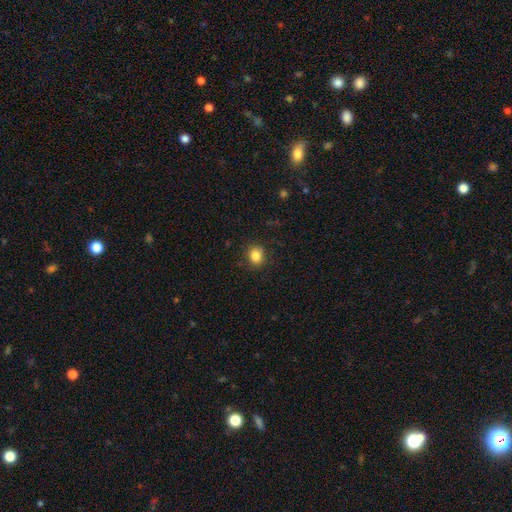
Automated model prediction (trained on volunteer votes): A smooth galaxy with no disk features (84%) that is round (66%).

Vote fractions:
- Smooth or featured? smooth: 84% / star or artifact: 11% / featured or disk: 5%
- How rounded? round: 66% / in between: 33% / cigar-shaped: 1%
- Merging? none: 88% / minor disturbance: 8% / major disturbance: 2% / merger: 1%